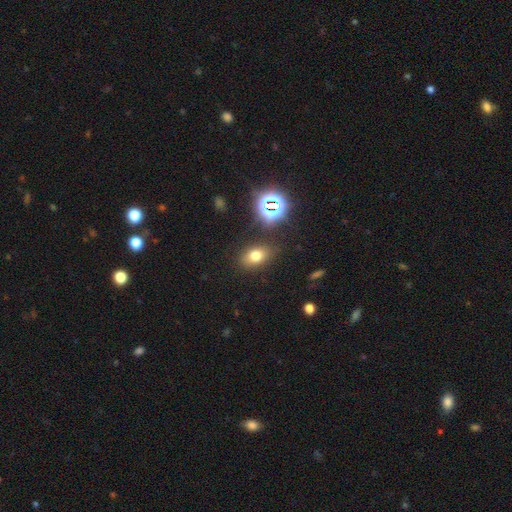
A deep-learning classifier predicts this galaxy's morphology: This is likely a smooth galaxy (69%). How rounded: likely in between (74%). Merging: clearly none (82%).